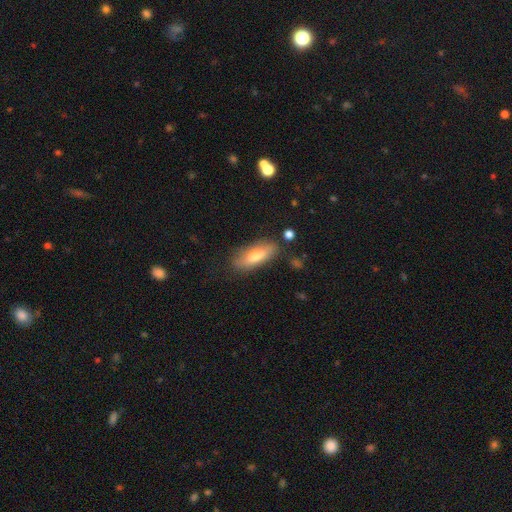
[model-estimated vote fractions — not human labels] Overall: smooth (70%). How rounded: in between (63%; cigar-shaped 35%). Merging: none (80%).